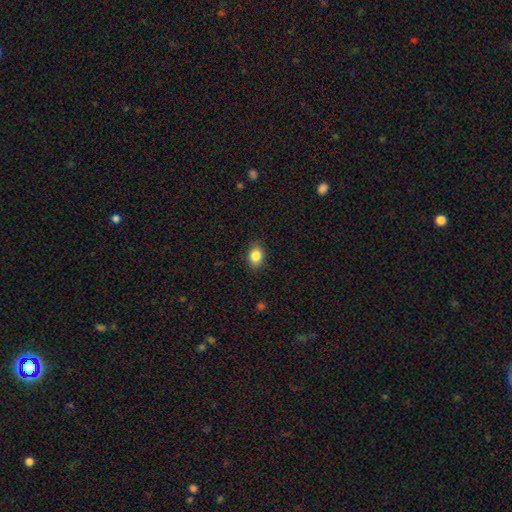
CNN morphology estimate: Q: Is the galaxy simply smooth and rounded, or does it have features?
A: smooth — 85%.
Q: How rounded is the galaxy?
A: in between — 61%.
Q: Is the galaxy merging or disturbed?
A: none — 86%.